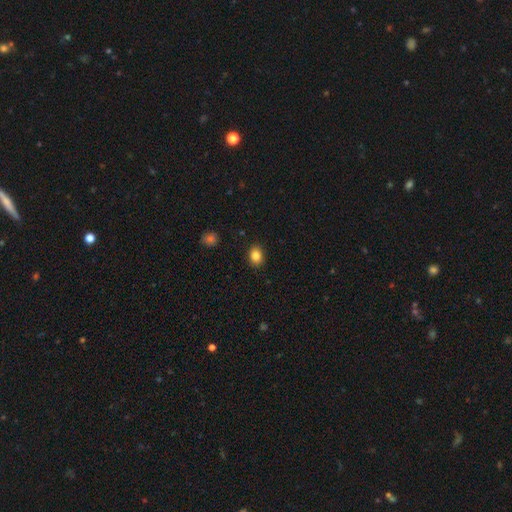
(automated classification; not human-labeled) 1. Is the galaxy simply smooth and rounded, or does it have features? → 85% smooth, 9% star or artifact, 6% featured or disk.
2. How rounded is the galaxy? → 59% in between, 40% round, 1% cigar-shaped.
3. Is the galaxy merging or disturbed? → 90% none, 7% minor disturbance, 2% major disturbance, 1% merger.